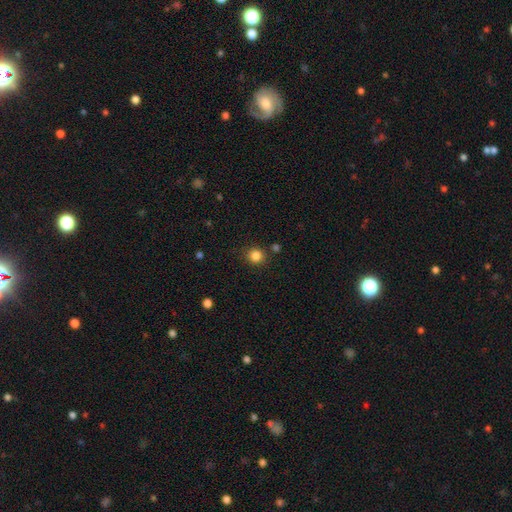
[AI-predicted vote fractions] A smooth galaxy with no disk features (84%) that is round (89%).

Vote fractions:
- Smooth or featured? smooth: 84% / star or artifact: 12% / featured or disk: 4%
- How rounded? round: 89% / in between: 10% / cigar-shaped: 1%
- Merging? none: 85% / minor disturbance: 8% / merger: 4% / major disturbance: 3%